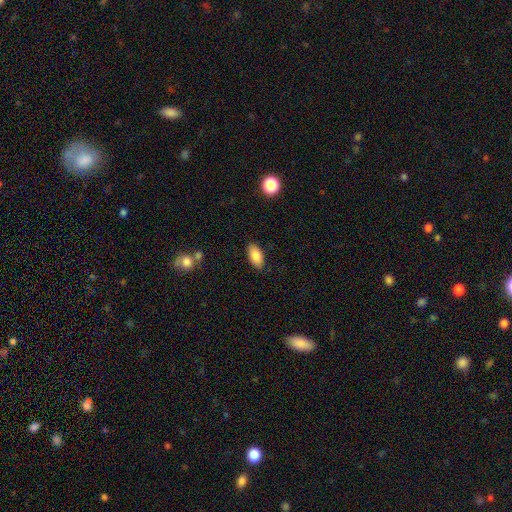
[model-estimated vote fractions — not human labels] smooth 85%, featured or disk 8%, star or artifact 7%. Down the decision tree: how rounded — in between (93%); merging — none (86%).